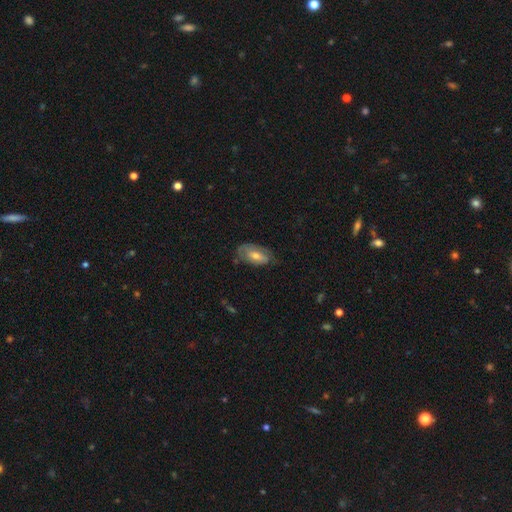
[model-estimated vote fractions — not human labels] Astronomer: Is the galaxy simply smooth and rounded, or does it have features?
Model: smooth — 48% (runner-up: featured or disk, 44%).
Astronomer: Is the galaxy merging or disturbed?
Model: none — 59%.